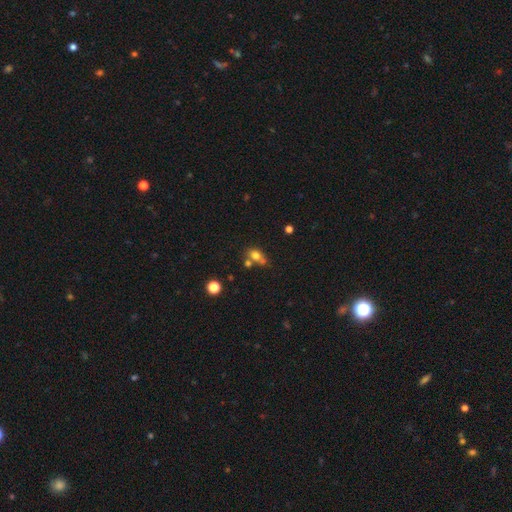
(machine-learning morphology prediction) Smooth or featured? smooth (72%)
How rounded? in between (52%)
Merging? none (40%)